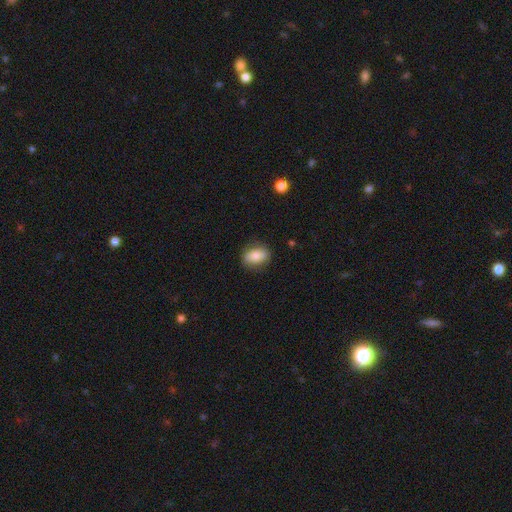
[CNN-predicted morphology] A smooth galaxy with no disk features (77%) that is in between round and cigar-shaped (78%).

Vote fractions:
- Smooth or featured? smooth: 77% / featured or disk: 15% / star or artifact: 8%
- How rounded? in between: 78% / round: 20% / cigar-shaped: 2%
- Merging? none: 81% / minor disturbance: 14% / major disturbance: 4% / merger: 1%